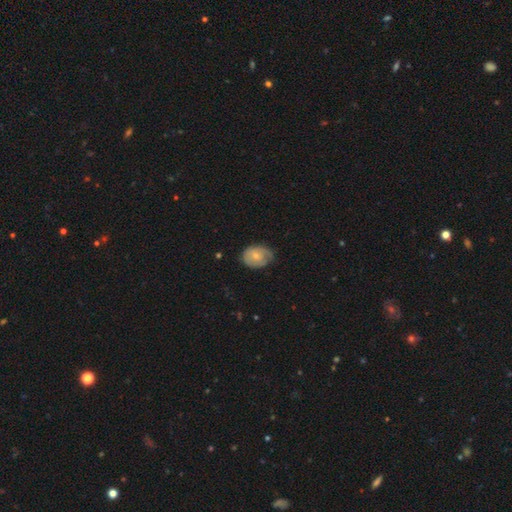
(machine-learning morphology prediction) Smooth or featured?
  - smooth: 55% *
  - featured or disk: 39%
  - star or artifact: 6%
How rounded?
  - in between: 63% *
  - round: 36%
  - cigar-shaped: 1%
Merging?
  - none: 57% *
  - minor disturbance: 33%
  - major disturbance: 9%
  - merger: 1%